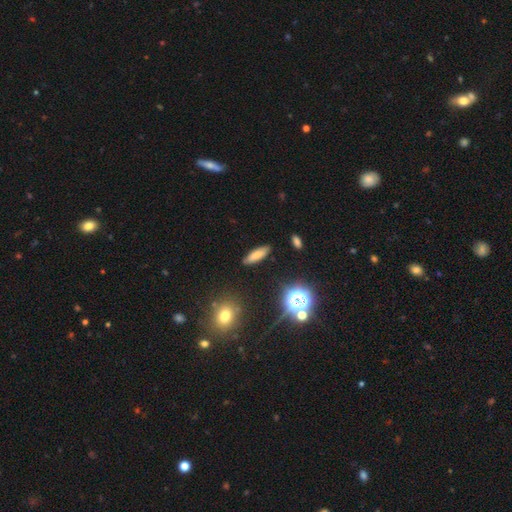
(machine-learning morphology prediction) smooth-or-featured: smooth: 72% | featured or disk: 15% | star or artifact: 14%
  how-rounded: cigar-shaped: 54% | in between: 43% | round: 3%
  merging: none: 86% | minor disturbance: 10% | major disturbance: 2% | merger: 2%